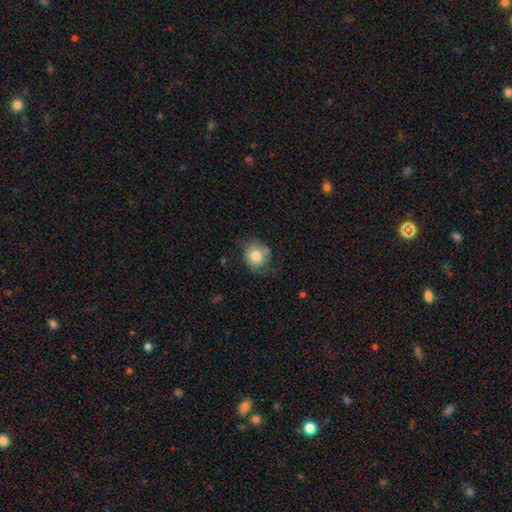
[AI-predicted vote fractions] Smooth or featured: smooth — 74% (featured or disk — 18%)
How rounded: round — 75% (in between — 24%)
Merging: none — 60% (minor disturbance — 27%)